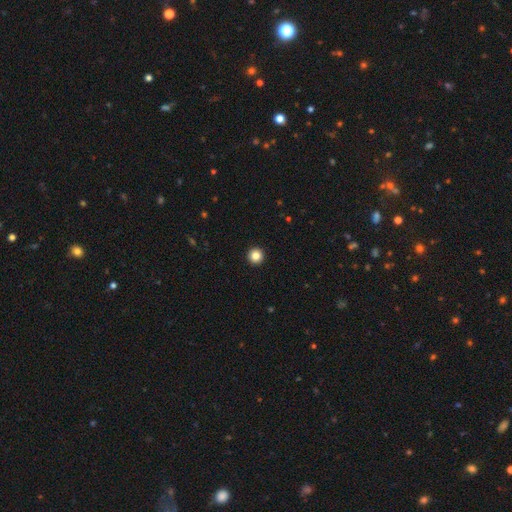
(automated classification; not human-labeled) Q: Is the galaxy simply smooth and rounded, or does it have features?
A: smooth — 85%.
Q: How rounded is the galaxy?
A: round — 97%.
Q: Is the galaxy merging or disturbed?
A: none — 95%.